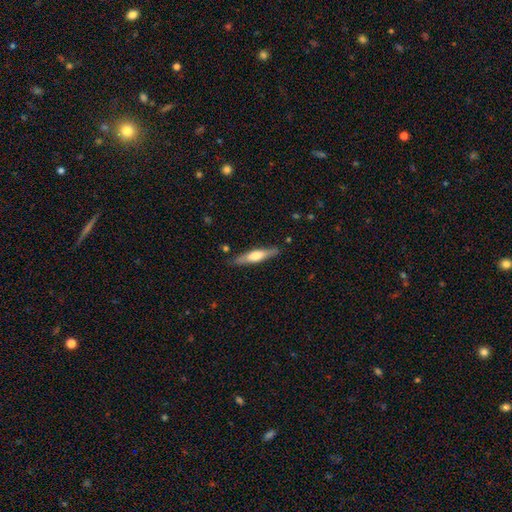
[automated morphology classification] type=featured or disk (48%); merging=none (84%).